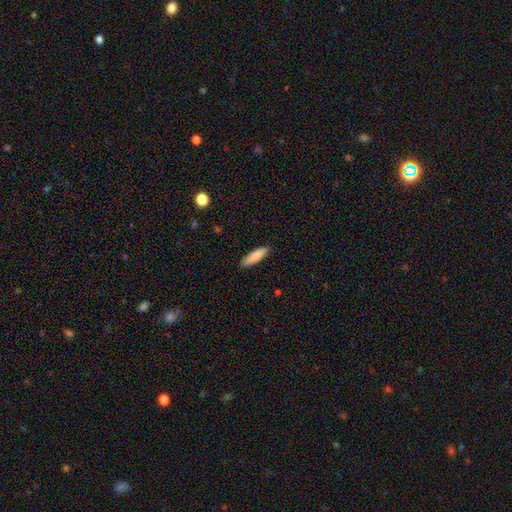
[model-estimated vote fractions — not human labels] smooth_or_featured: smooth (p=0.86) [alt: featured or disk p=0.08]
how_rounded: cigar-shaped (p=0.68) [alt: in between p=0.31]
merging: none (p=0.89) [alt: minor disturbance p=0.08]